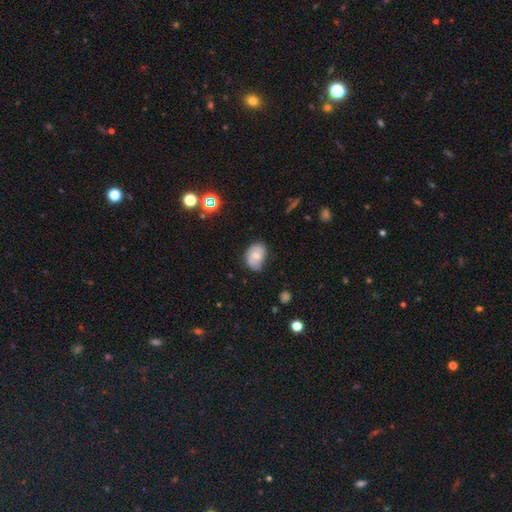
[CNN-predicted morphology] smooth_or_featured: smooth (p=0.54) [alt: featured or disk p=0.37]
how_rounded: in between (p=0.72) [alt: round p=0.27]
merging: none (p=0.59) [alt: minor disturbance p=0.32]